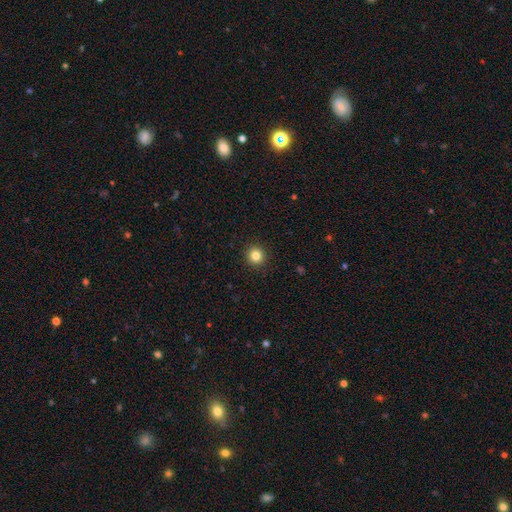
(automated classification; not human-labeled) This appears to be a smooth galaxy with no disk features (83%) that is round (95%). Merging: none (93%).